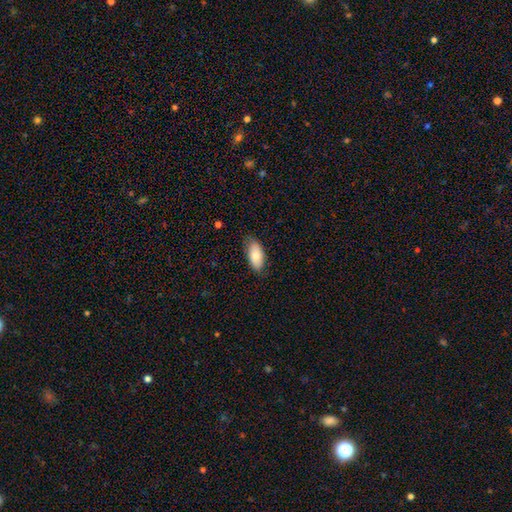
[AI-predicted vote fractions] Smooth or featured? smooth (79%)
How rounded? in between (92%)
Merging? none (78%)